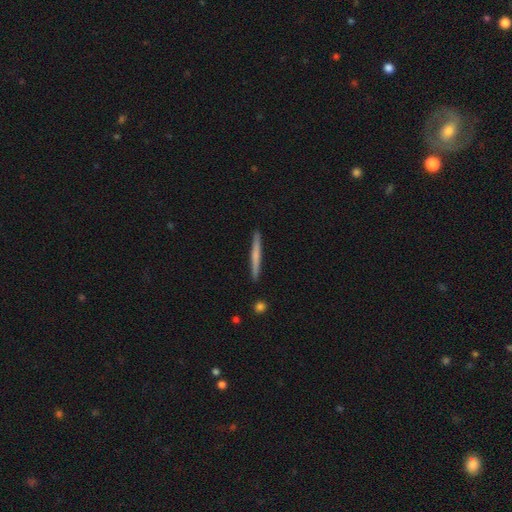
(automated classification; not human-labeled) Smooth or featured: smooth — 53% (featured or disk — 42%)
How rounded: cigar-shaped — 97% (in between — 2%)
Merging: none — 91% (minor disturbance — 6%)